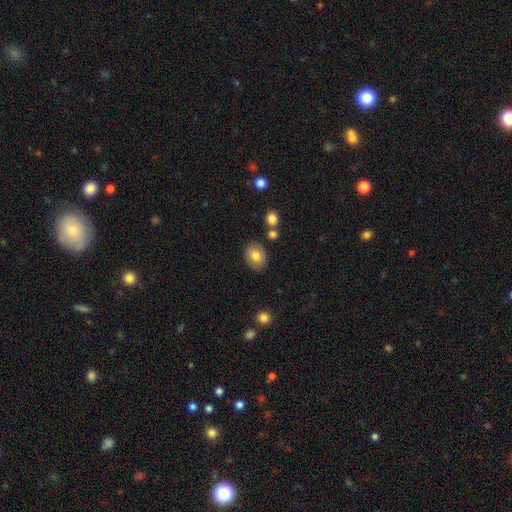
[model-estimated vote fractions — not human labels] Smooth or featured: smooth — 79% (featured or disk — 12%)
How rounded: in between — 55% (round — 45%)
Merging: none — 83% (minor disturbance — 10%)